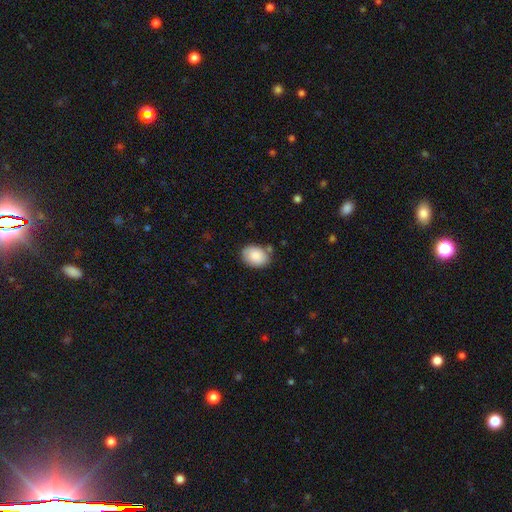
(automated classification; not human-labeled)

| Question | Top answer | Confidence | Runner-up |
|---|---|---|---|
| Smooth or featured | smooth | 86% | featured or disk (8%) |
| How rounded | in between | 74% | round (25%) |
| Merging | none | 74% | minor disturbance (17%) |